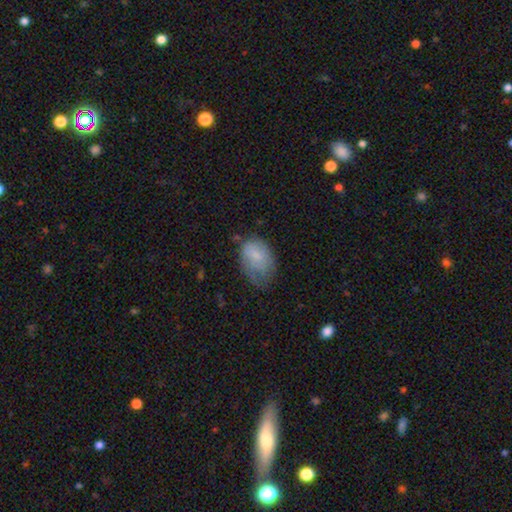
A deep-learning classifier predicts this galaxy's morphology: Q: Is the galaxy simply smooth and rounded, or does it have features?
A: smooth — 74%.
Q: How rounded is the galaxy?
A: in between — 81%.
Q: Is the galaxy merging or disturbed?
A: minor disturbance — 41%.